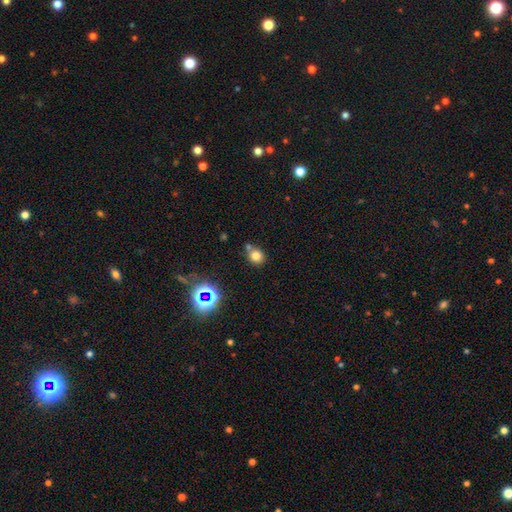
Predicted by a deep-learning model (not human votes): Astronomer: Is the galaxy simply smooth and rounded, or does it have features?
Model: smooth — 75%.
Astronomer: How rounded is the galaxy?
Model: round — 77%.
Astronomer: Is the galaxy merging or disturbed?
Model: none — 64%.